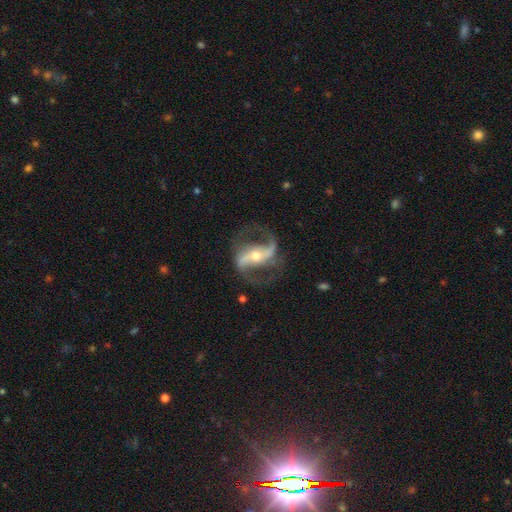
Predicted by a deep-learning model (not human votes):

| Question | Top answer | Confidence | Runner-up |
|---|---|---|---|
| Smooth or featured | featured or disk | 91% | star or artifact (5%) |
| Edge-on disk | no | 96% | yes (4%) |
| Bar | strong | 58% | weak (26%) |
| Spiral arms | yes | 96% | no (4%) |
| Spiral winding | loose | 48% | medium (43%) |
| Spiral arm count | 2 | 93% | 1 (2%) |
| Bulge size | moderate | 51% | small (43%) |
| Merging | none | 75% | minor disturbance (13%) |